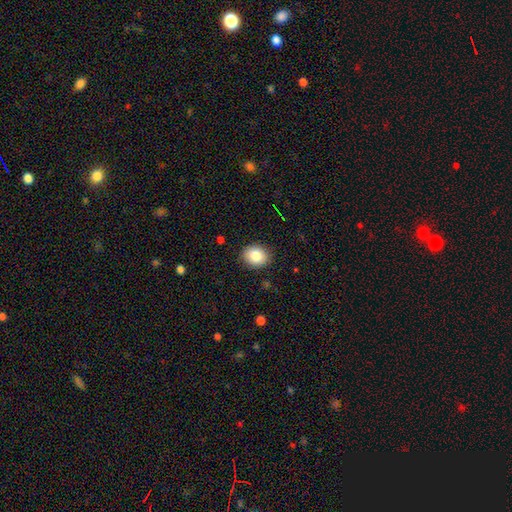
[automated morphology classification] Smooth or featured? Predicted: smooth (p=0.84). How rounded? Predicted: round (p=0.57). Merging? Predicted: none (p=0.89).